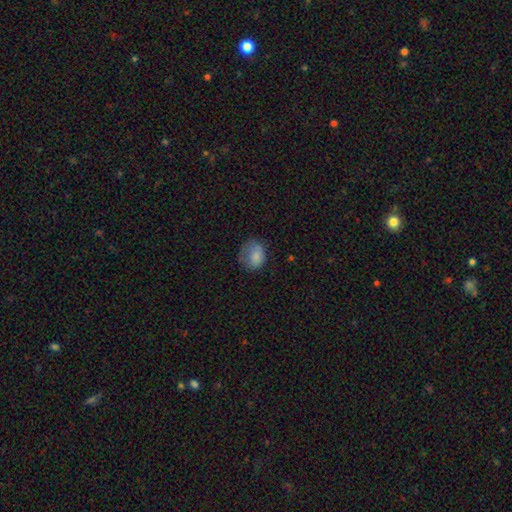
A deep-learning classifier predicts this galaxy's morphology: smooth-or-featured: smooth: 80% | featured or disk: 11% | star or artifact: 9%
  how-rounded: in between: 57% | round: 42% | cigar-shaped: 1%
  merging: none: 47% | minor disturbance: 30% | major disturbance: 21% | merger: 2%